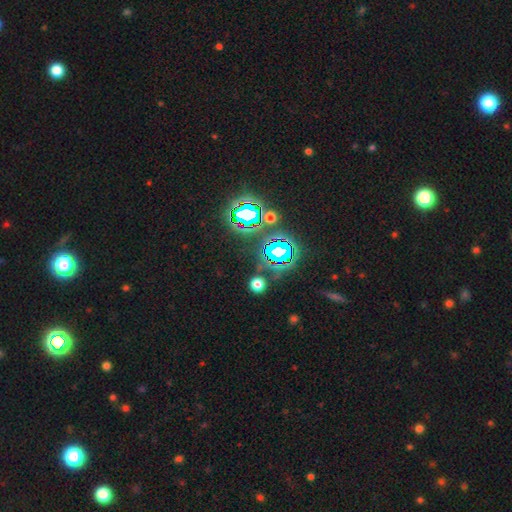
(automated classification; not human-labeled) This is likely a star or artifact rather than a galaxy (80%).